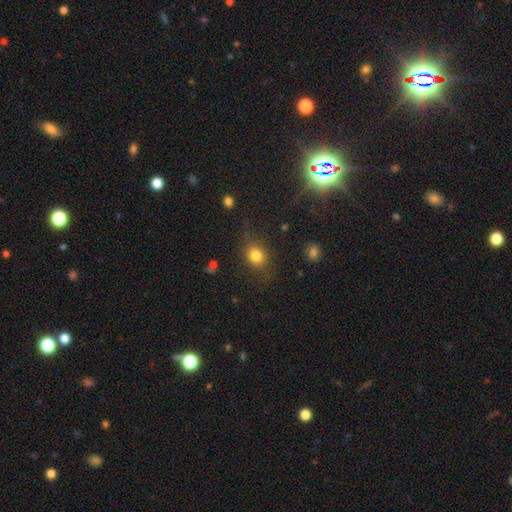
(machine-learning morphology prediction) smooth 81%, star or artifact 12%, featured or disk 7%. Down the decision tree: how rounded — round (63%); merging — none (79%).